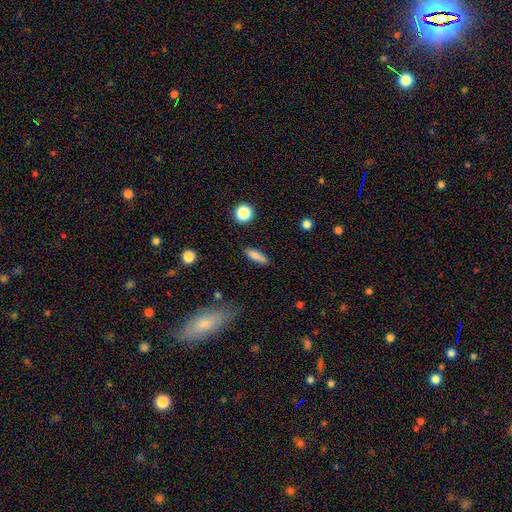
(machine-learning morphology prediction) Smooth or featured? smooth (84%)
How rounded? cigar-shaped (61%)
Merging? none (87%)